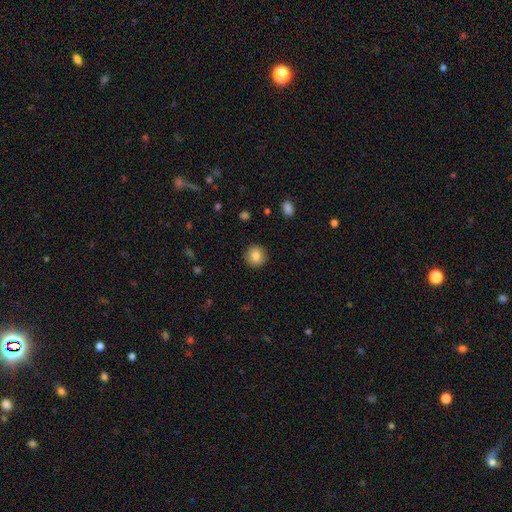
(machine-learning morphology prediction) A smooth galaxy with no disk features (84%) that is round (91%). Merging: none (91%).